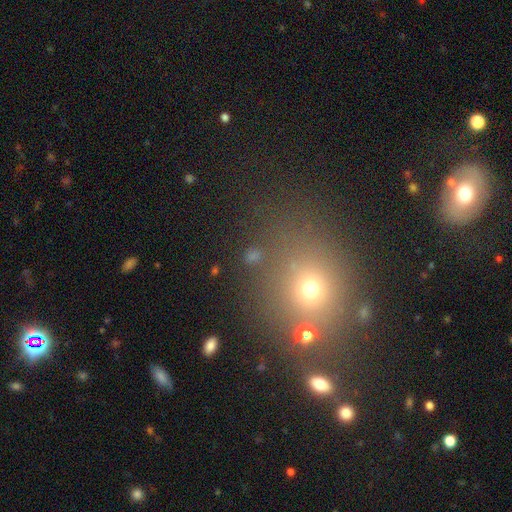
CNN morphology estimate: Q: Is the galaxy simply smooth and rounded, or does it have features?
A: smooth — 60%.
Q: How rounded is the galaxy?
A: round — 72%.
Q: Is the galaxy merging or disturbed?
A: none — 77%.